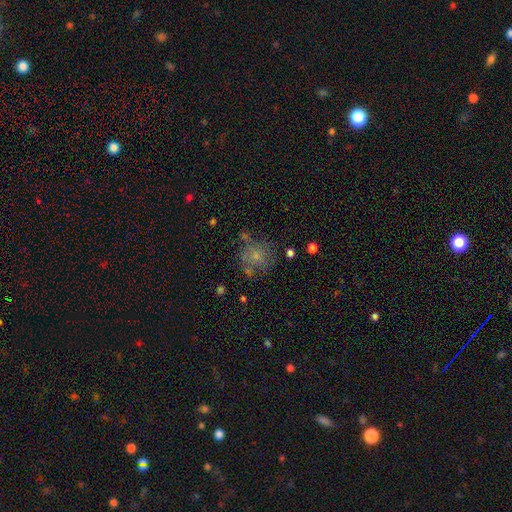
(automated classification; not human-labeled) This appears to be a smooth galaxy with no disk features (60%) that is round (84%). Merging: none (58%).